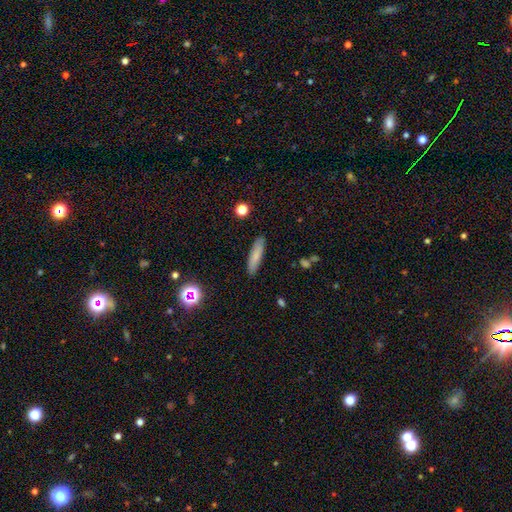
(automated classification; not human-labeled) The model was most divided on "how rounded": cigar-shaped: 76%, in between: 22%, round: 2%. More confident: merging — none (88%); smooth or featured — smooth (79%).